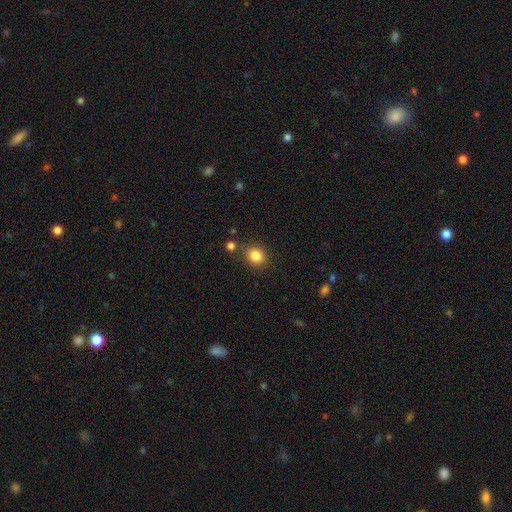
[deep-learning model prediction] Smooth or featured: smooth — 85% (star or artifact — 11%)
How rounded: round — 77% (in between — 22%)
Merging: none — 82% (minor disturbance — 9%)